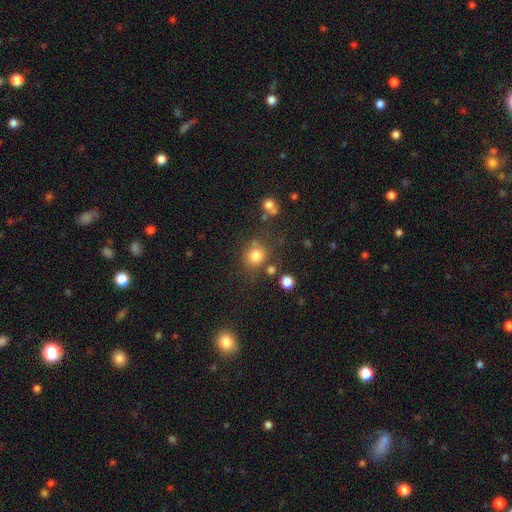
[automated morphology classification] smooth 79%, star or artifact 14%, featured or disk 7%. Down the decision tree: how rounded — round (82%); merging — none (70%).